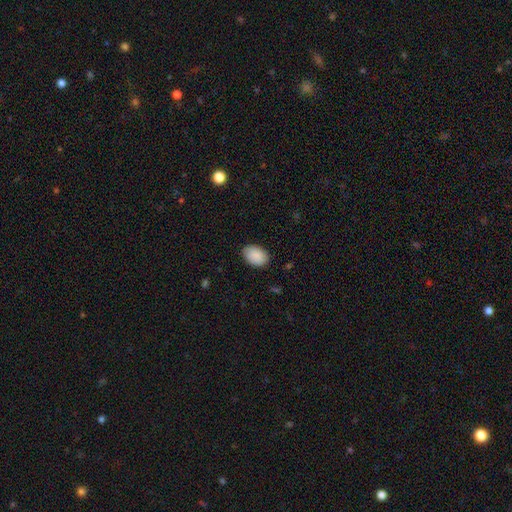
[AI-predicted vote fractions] Smooth or featured: smooth — 90% (star or artifact — 6%)
How rounded: in between — 86% (round — 13%)
Merging: none — 84% (minor disturbance — 13%)